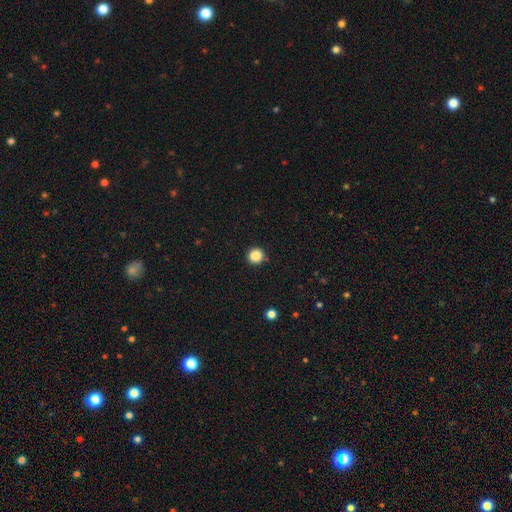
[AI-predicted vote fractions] A smooth galaxy with no disk features (86%) that is round (95%). Merging: none (92%).